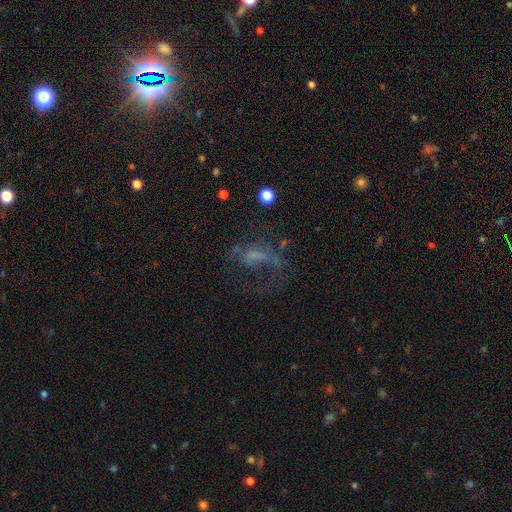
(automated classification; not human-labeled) smooth_or_featured: featured or disk (p=0.46) [alt: smooth p=0.31]
merging: major disturbance (p=0.46) [alt: none p=0.33]